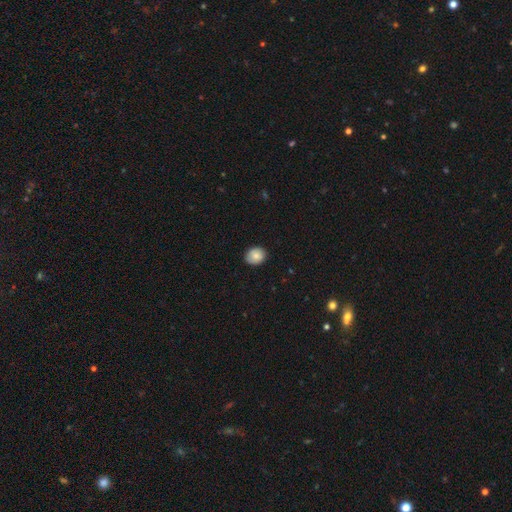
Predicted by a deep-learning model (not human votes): Smooth or featured? Predicted: smooth (p=0.83). How rounded? Predicted: round (p=0.57). Merging? Predicted: none (p=0.85).